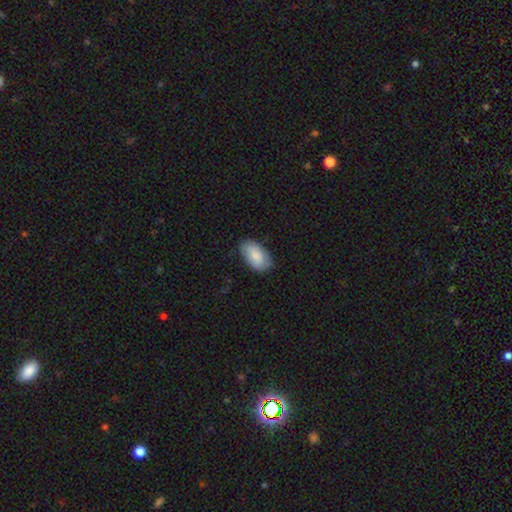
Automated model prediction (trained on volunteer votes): A smooth galaxy with no disk features (84%) that is in between round and cigar-shaped (95%). Merging: none (76%).